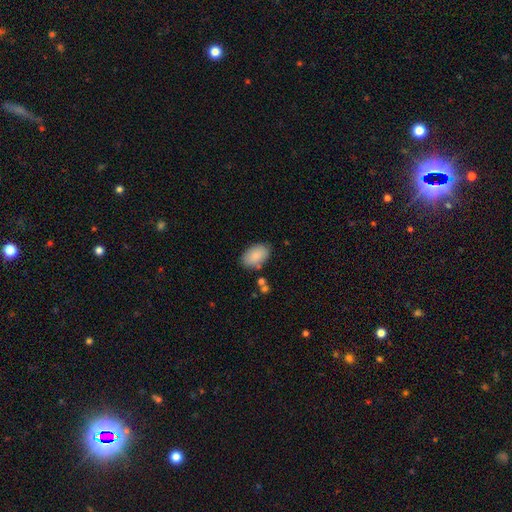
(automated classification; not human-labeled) Morphology: type=smooth (88%); roundness=in between (93%); merging=none (80%).